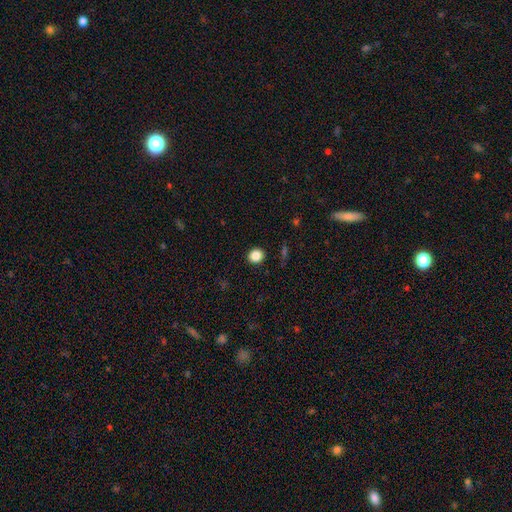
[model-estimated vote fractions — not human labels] A smooth galaxy with no disk features (85%) that is round (82%). Merging: none (91%).